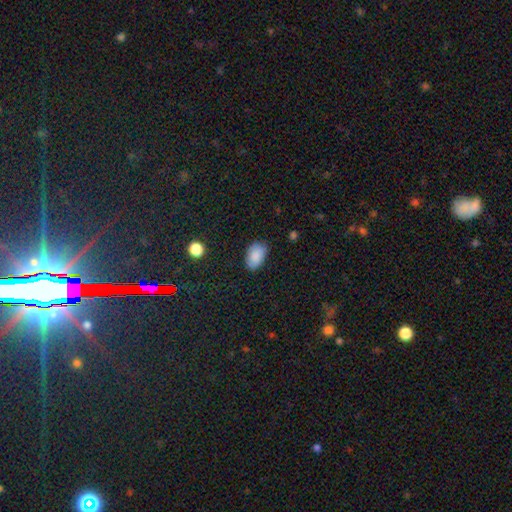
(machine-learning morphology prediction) smooth-or-featured: smooth: 87% | star or artifact: 7% | featured or disk: 6%
  how-rounded: in between: 91% | round: 8% | cigar-shaped: 1%
  merging: none: 78% | minor disturbance: 17% | major disturbance: 3% | merger: 1%